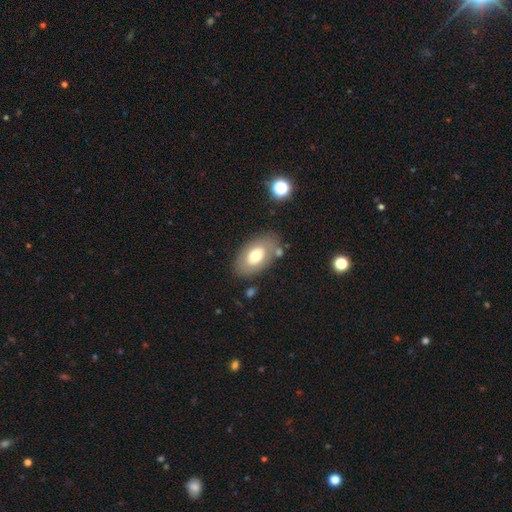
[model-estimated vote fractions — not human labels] This is likely a smooth galaxy (67%). How rounded: clearly in between (91%). Merging: likely none (76%).